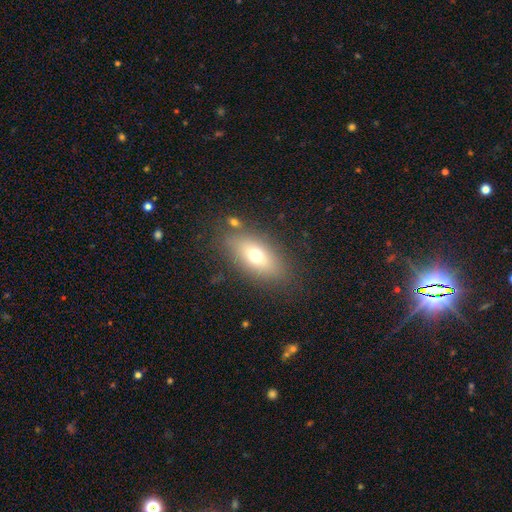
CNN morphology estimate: type=smooth (68%); roundness=in between (82%); merging=none (79%).